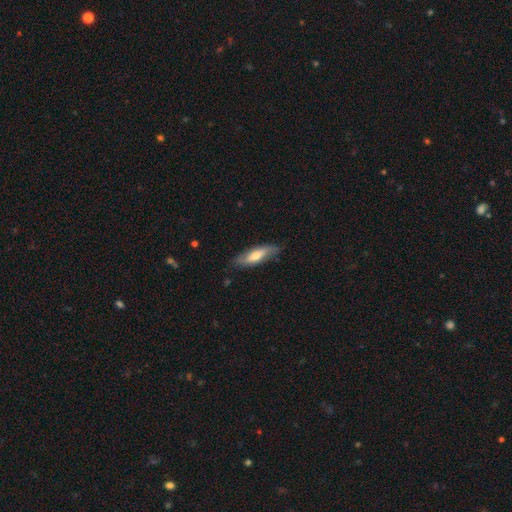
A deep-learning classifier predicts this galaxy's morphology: Smooth or featured?
  - smooth: 55% *
  - featured or disk: 39%
  - star or artifact: 6%
How rounded?
  - in between: 51% *
  - cigar-shaped: 47%
  - round: 2%
Merging?
  - none: 76% *
  - minor disturbance: 19%
  - major disturbance: 4%
  - merger: 1%